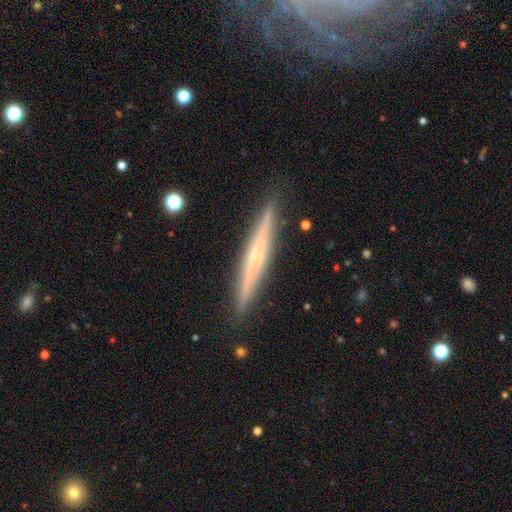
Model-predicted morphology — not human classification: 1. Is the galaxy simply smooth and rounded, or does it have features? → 68% featured or disk, 26% smooth, 6% star or artifact.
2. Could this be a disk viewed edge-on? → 96% yes, 4% no.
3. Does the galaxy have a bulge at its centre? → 51% rounded, 43% none, 6% boxy.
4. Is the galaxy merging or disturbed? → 89% none, 8% minor disturbance, 2% major disturbance, 1% merger.